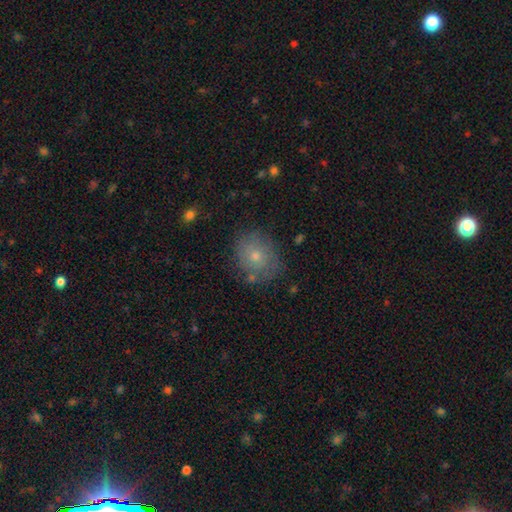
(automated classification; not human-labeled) smooth_or_featured: smooth (p=0.65) [alt: featured or disk p=0.23]
how_rounded: round (p=0.69) [alt: in between p=0.30]
merging: none (p=0.76) [alt: minor disturbance p=0.16]